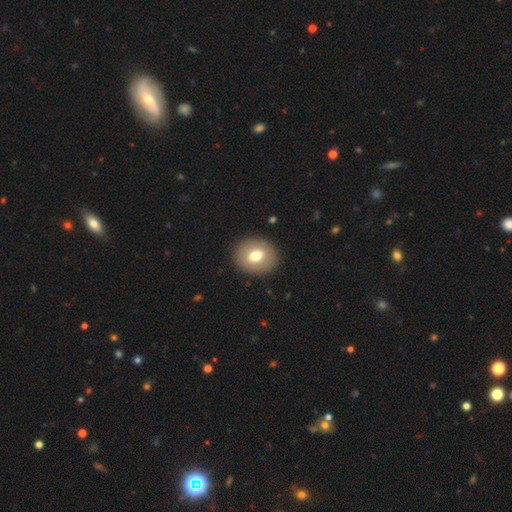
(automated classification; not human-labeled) smooth_or_featured: smooth (p=0.69) [alt: featured or disk p=0.23]
how_rounded: round (p=0.68) [alt: in between p=0.31]
merging: none (p=0.90) [alt: minor disturbance p=0.07]